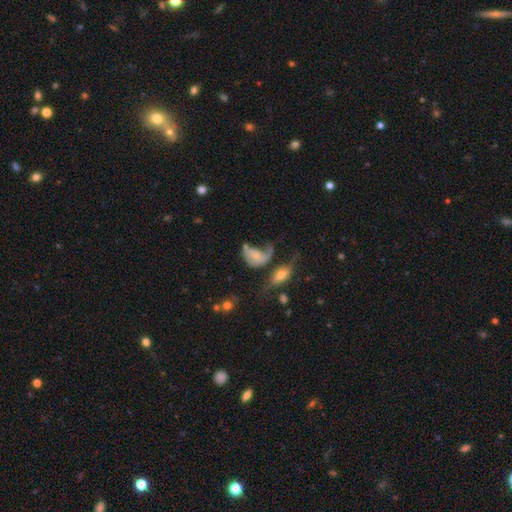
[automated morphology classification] Smooth or featured? smooth (55%)
How rounded? in between (78%)
Merging? major disturbance (41%)